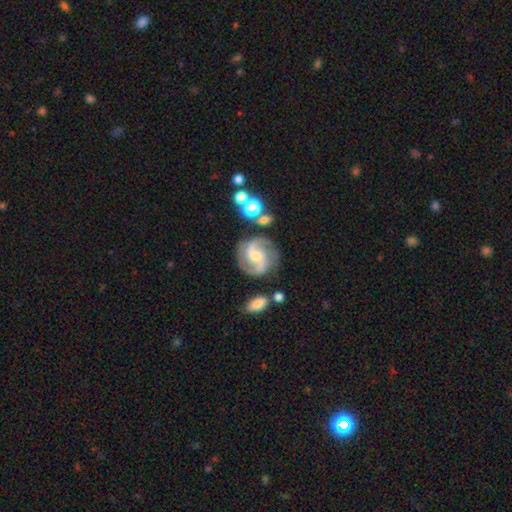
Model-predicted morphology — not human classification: Overall: featured or disk (84%). Edge-on disk: no (98%). Bar: weak (44%; no 42%). Spiral arms: yes (97%). Spiral arm count: 2 (77%). Spiral winding: medium (56%; tight 23%). Bulge size: small (44%; moderate 43%). Merging: none (73%).